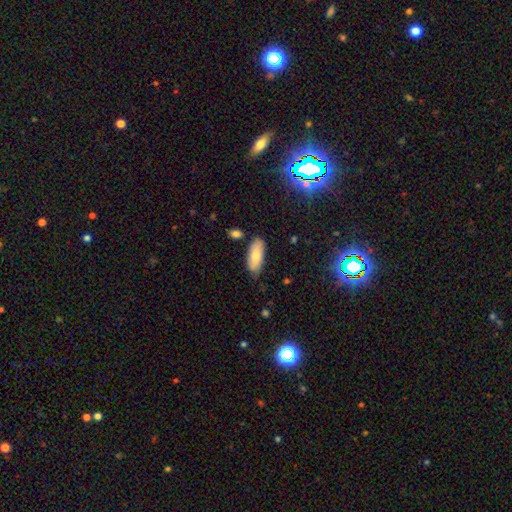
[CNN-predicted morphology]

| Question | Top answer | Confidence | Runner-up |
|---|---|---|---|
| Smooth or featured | smooth | 80% | featured or disk (14%) |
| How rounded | in between | 82% | cigar-shaped (16%) |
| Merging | none | 78% | minor disturbance (16%) |